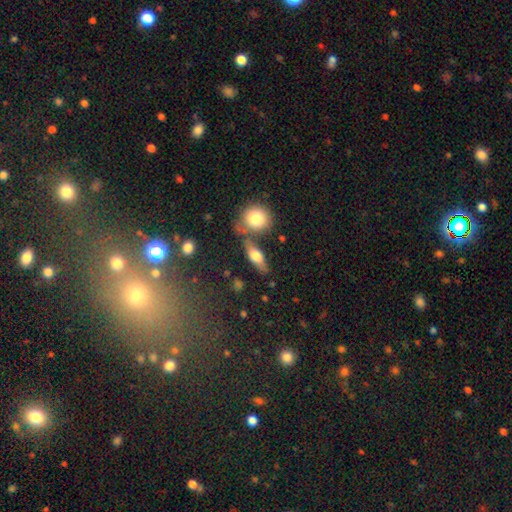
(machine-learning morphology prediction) Smooth or featured?
  - smooth: 58% *
  - featured or disk: 35%
  - star or artifact: 8%
How rounded?
  - in between: 62% *
  - cigar-shaped: 28%
  - round: 11%
Merging?
  - none: 63% *
  - merger: 15%
  - minor disturbance: 15%
  - major disturbance: 6%